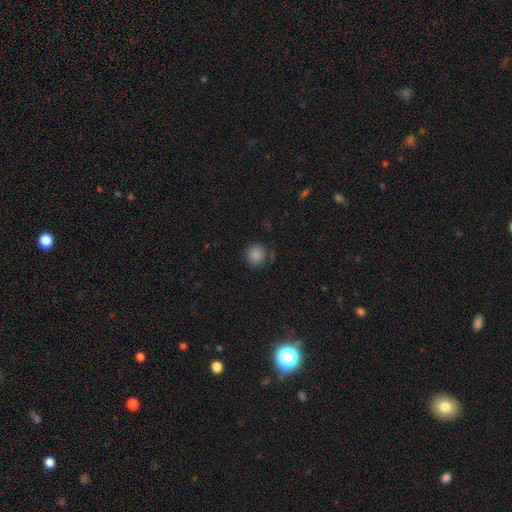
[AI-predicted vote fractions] Morphology: type=smooth (82%); roundness=round (90%); merging=none (80%).